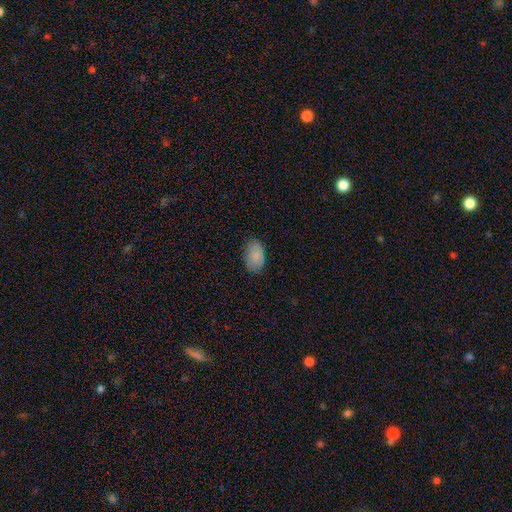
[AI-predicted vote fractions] Overall: smooth (85%). How rounded: in between (90%). Merging: none (78%).